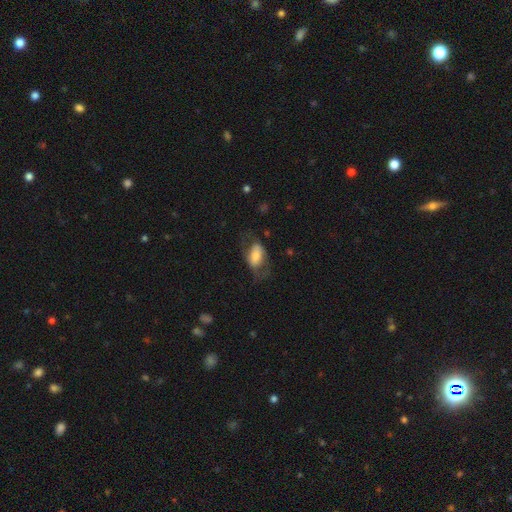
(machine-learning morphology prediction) This is likely a smooth galaxy (62%). How rounded: clearly in between (89%). Merging: possibly none (49%).